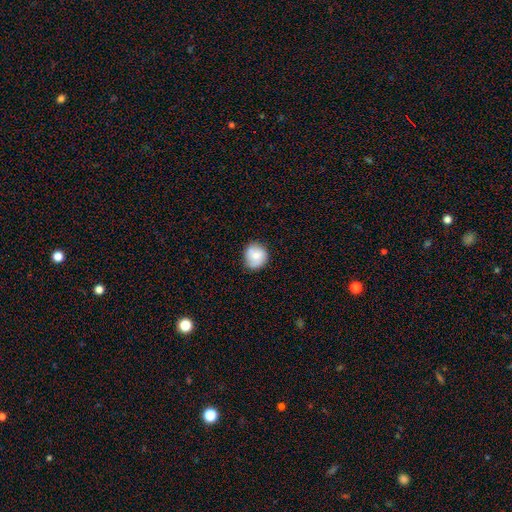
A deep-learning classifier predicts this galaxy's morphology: Smooth or featured? smooth (67%)
How rounded? round (86%)
Merging? none (79%)